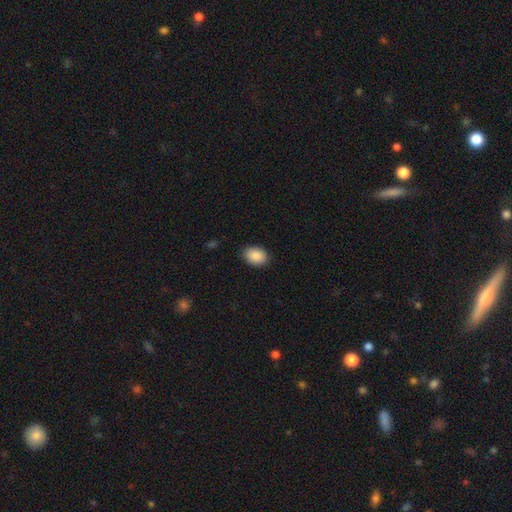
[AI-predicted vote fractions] Q: Smooth or featured?
A: smooth (90%); runner-up: star or artifact (7%)
Q: How rounded?
A: in between (73%); runner-up: round (26%)
Q: Merging?
A: none (87%); runner-up: minor disturbance (9%)